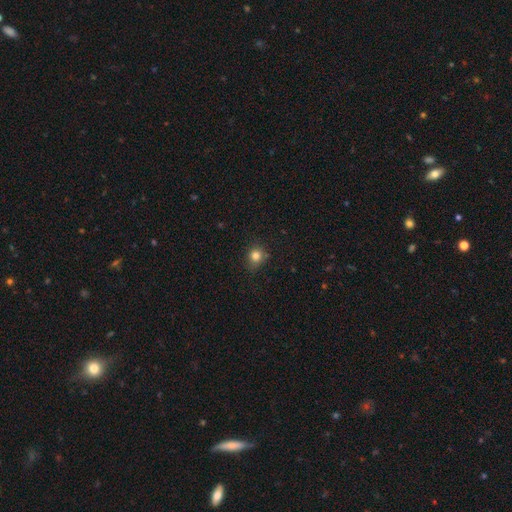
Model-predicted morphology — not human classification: smooth-or-featured: smooth: 81% | star or artifact: 13% | featured or disk: 6%
  how-rounded: round: 82% | in between: 17% | cigar-shaped: 1%
  merging: none: 78% | minor disturbance: 16% | major disturbance: 4% | merger: 2%